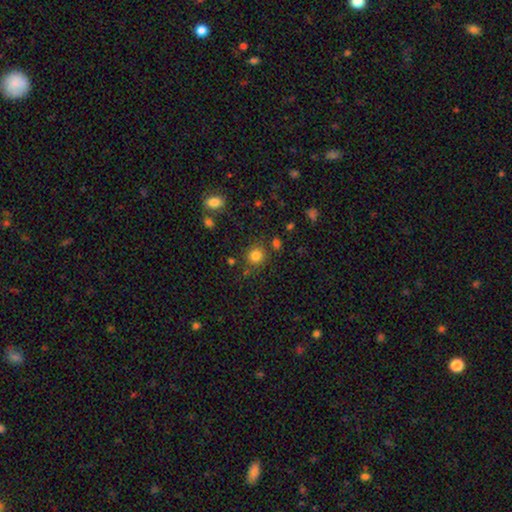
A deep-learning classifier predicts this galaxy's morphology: type=smooth (82%); roundness=round (86%); merging=none (79%).